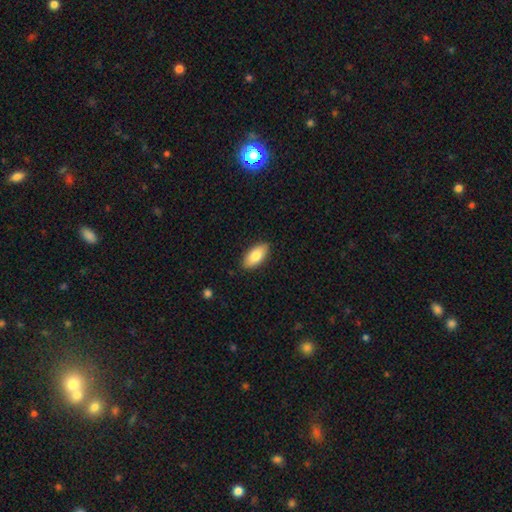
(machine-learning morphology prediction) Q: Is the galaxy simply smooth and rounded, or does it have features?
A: smooth — 83%.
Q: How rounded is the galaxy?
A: in between — 91%.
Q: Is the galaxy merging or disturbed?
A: none — 88%.